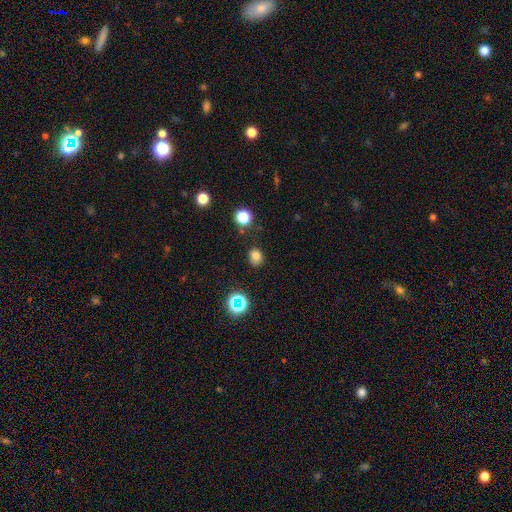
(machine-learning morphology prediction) Q: Smooth or featured?
A: smooth (77%); runner-up: star or artifact (17%)
Q: How rounded?
A: round (60%); runner-up: in between (39%)
Q: Merging?
A: none (77%); runner-up: minor disturbance (16%)